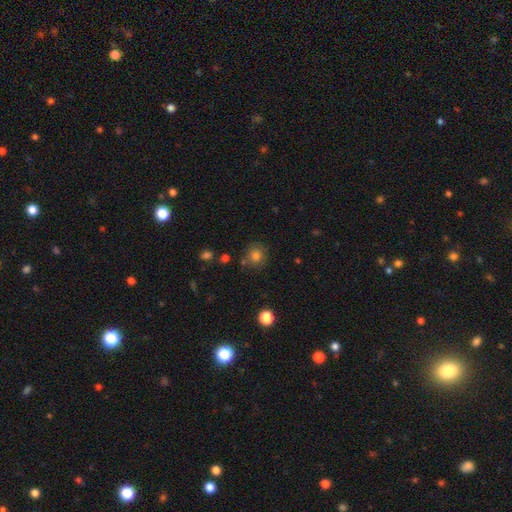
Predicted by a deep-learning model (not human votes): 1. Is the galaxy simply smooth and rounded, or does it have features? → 81% smooth, 13% star or artifact, 7% featured or disk.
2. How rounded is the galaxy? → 89% round, 10% in between, 1% cigar-shaped.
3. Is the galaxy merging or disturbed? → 77% none, 12% minor disturbance, 7% merger, 4% major disturbance.